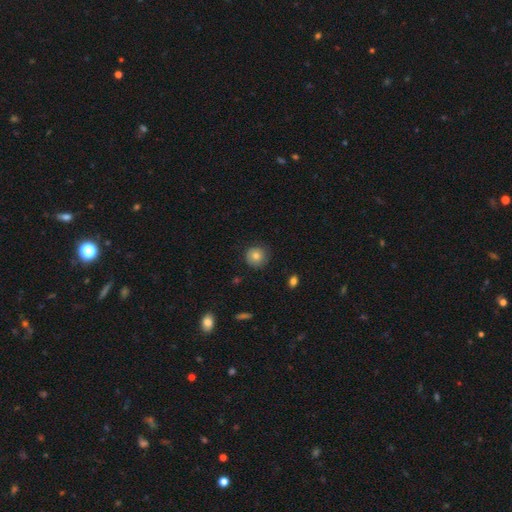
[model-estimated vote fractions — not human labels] Smooth or featured? Predicted: smooth (p=0.77). How rounded? Predicted: round (p=0.93). Merging? Predicted: none (p=0.84).